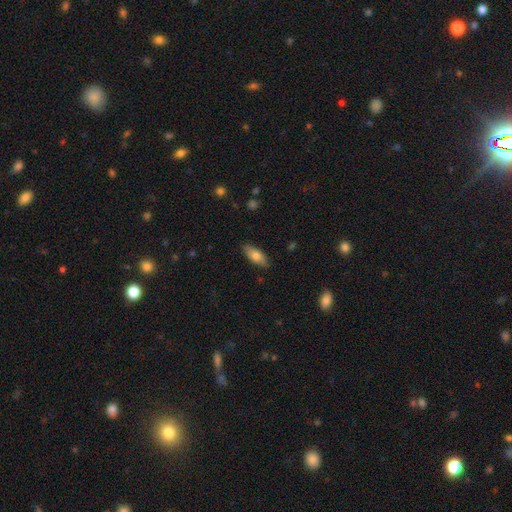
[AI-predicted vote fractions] A smooth galaxy with no disk features (71%) that is in between round and cigar-shaped (74%). Merging: none (86%).